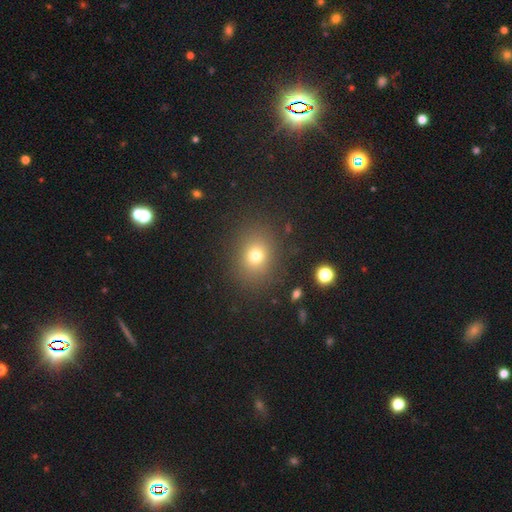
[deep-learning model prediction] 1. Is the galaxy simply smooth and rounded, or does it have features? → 73% smooth, 17% star or artifact, 10% featured or disk.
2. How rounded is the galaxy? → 63% round, 36% in between, 1% cigar-shaped.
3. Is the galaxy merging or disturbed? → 86% none, 8% minor disturbance, 4% major disturbance, 2% merger.